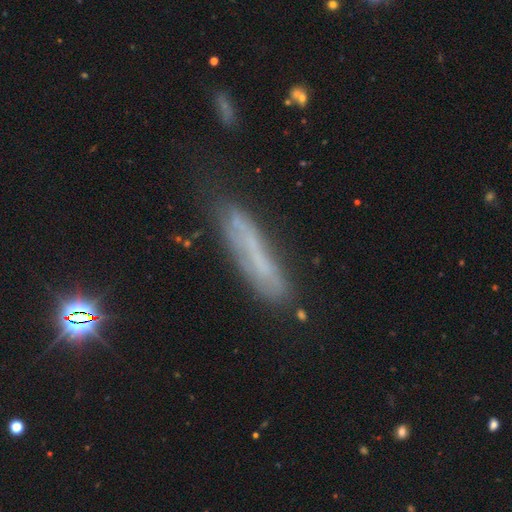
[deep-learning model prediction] featured or disk 46%, smooth 44%, star or artifact 10%. Down the decision tree: merging — none (56%).